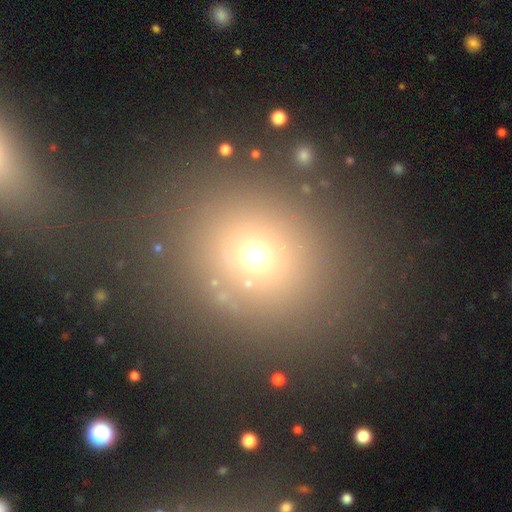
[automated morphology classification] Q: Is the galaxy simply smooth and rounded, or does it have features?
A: smooth — 65%.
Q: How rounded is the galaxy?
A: round — 79%.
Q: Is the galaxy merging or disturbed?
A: none — 80%.